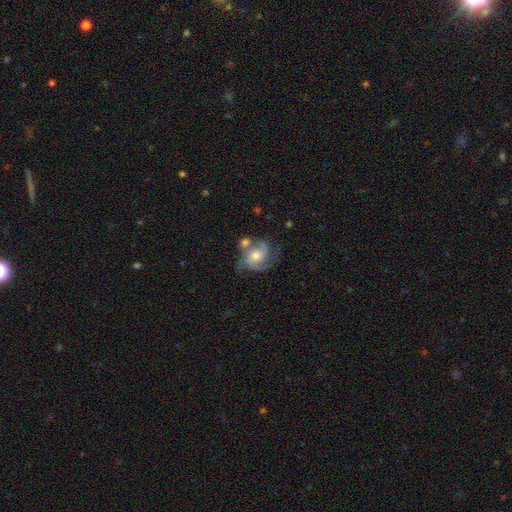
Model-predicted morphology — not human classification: Smooth or featured? Predicted: featured or disk (p=0.79). Edge-on disk? Predicted: no (p=0.98). Bar? Predicted: no (p=0.68). Spiral arms? Predicted: yes (p=0.95). Spiral winding? Predicted: medium (p=0.50). Spiral arm count? Predicted: 3 (p=0.48). Bulge size? Predicted: moderate (p=0.64). Merging? Predicted: none (p=0.50).